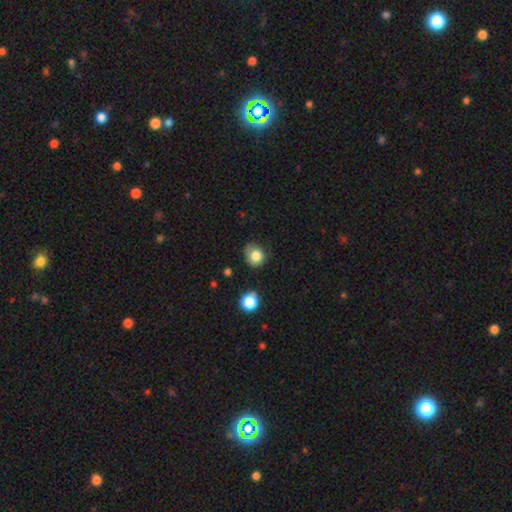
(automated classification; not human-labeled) This appears to be a smooth galaxy with no disk features (81%) that is round (75%). Merging: none (63%).